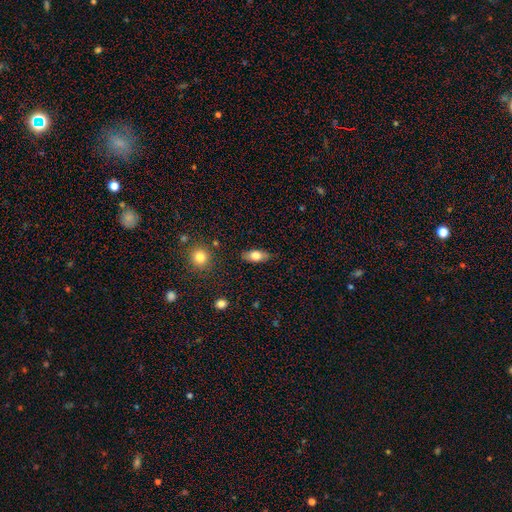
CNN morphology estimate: Smooth or featured? Predicted: smooth (p=0.75). How rounded? Predicted: in between (p=0.85). Merging? Predicted: none (p=0.83).